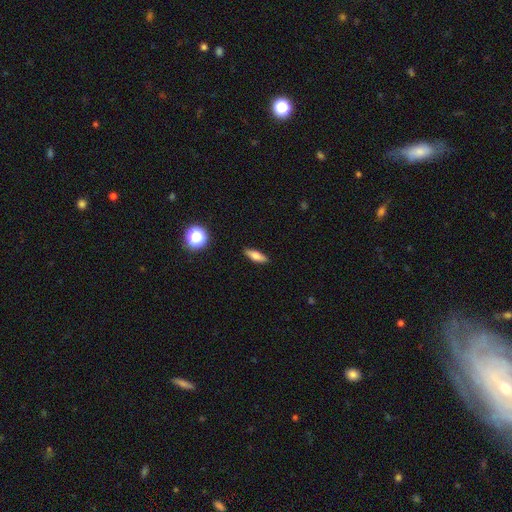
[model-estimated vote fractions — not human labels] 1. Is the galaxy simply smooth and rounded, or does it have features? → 68% smooth, 23% featured or disk, 9% star or artifact.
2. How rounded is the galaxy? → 49% in between, 47% cigar-shaped, 4% round.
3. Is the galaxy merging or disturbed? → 89% none, 8% minor disturbance, 2% major disturbance, 1% merger.